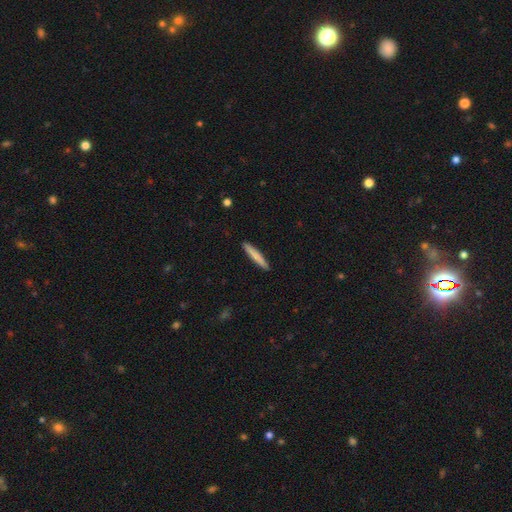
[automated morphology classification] type=smooth (78%); roundness=cigar-shaped (94%); merging=none (91%).